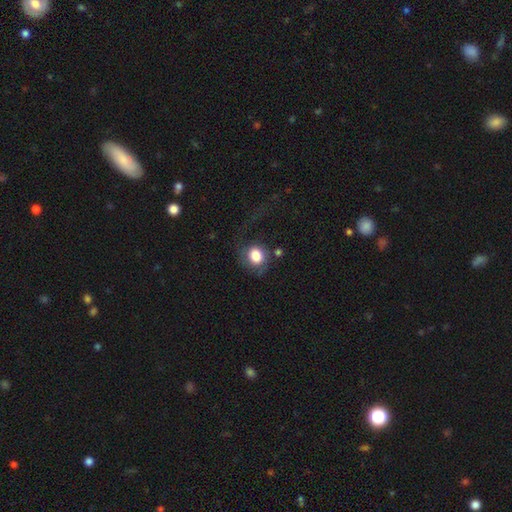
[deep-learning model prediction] A smooth galaxy with no disk features (77%) that is round (70%).

Vote fractions:
- Smooth or featured? smooth: 77% / featured or disk: 14% / star or artifact: 8%
- How rounded? round: 70% / in between: 29% / cigar-shaped: 1%
- Merging? none: 44% / major disturbance: 30% / minor disturbance: 20% / merger: 6%